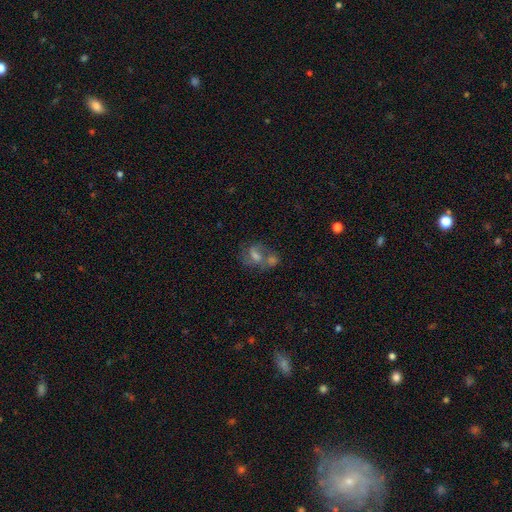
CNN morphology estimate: smooth_or_featured: featured or disk (p=0.49) [alt: smooth p=0.37]
merging: merger (p=0.45) [alt: none p=0.32]